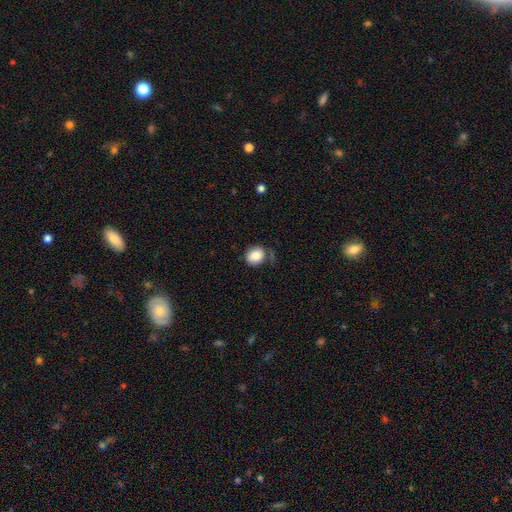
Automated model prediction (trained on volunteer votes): This is clearly a smooth galaxy (84%). How rounded: possibly round (60%). Merging: possibly none (58%).